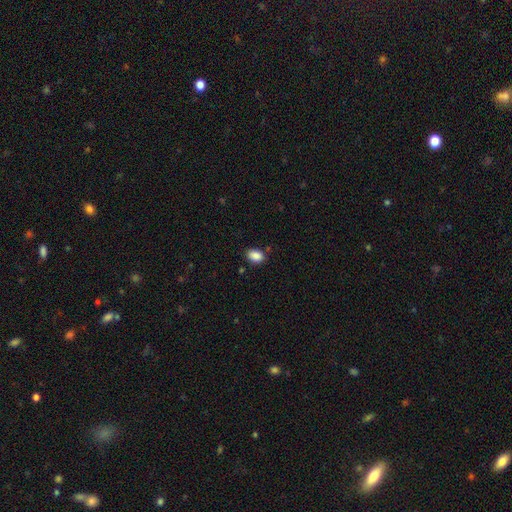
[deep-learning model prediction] The model was most divided on "how rounded": in between: 80%, round: 18%, cigar-shaped: 1%. More confident: smooth or featured — smooth (88%); merging — none (83%).